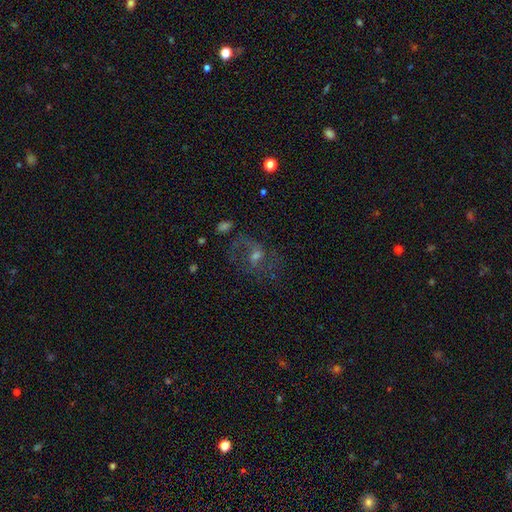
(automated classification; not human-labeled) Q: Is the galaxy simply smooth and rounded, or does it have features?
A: featured or disk — 60%.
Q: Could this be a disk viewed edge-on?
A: no — 96%.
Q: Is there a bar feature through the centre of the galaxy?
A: no — 50%.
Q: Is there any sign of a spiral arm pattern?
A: yes — 71%.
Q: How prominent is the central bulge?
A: small — 43%.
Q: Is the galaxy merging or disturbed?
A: none — 51%.